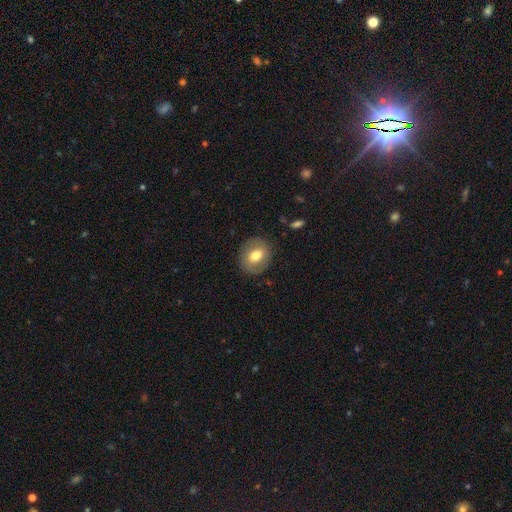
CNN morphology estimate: Overall: smooth (67%). How rounded: round (59%; in between 40%). Merging: none (85%).